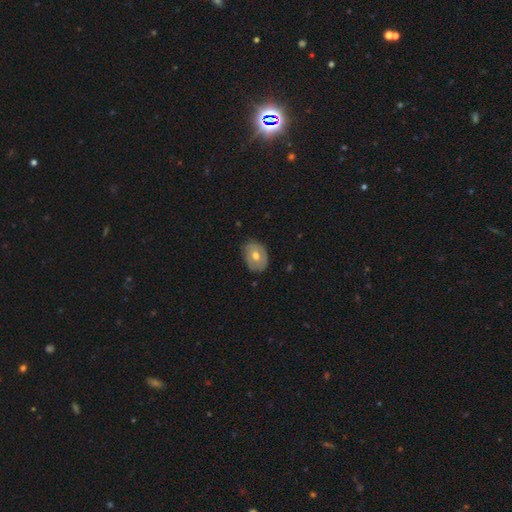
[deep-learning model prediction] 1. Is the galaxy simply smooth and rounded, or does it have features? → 54% smooth, 39% featured or disk, 7% star or artifact.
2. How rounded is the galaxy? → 66% in between, 33% round, 1% cigar-shaped.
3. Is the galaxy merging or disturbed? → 76% none, 19% minor disturbance, 3% major disturbance, 1% merger.